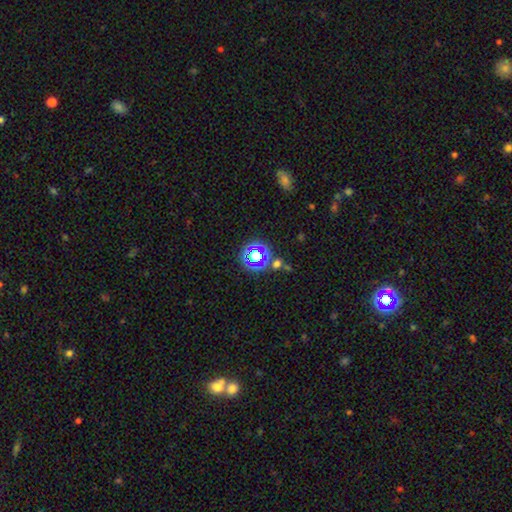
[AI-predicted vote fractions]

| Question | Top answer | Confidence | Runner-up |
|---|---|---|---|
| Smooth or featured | star or artifact | 58% | smooth (29%) |